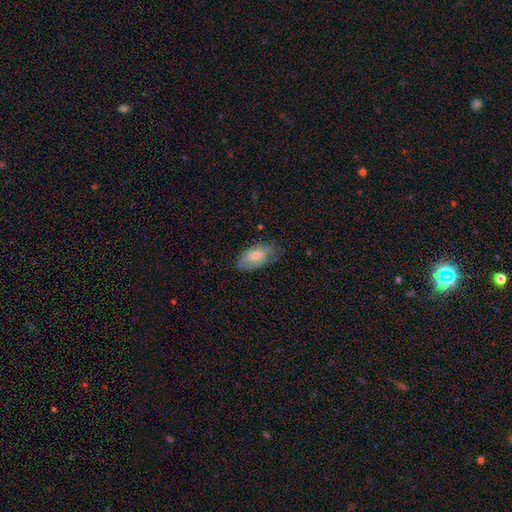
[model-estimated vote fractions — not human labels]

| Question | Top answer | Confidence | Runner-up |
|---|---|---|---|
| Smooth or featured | smooth | 64% | featured or disk (29%) |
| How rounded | in between | 92% | round (4%) |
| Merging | none | 48% | minor disturbance (35%) |